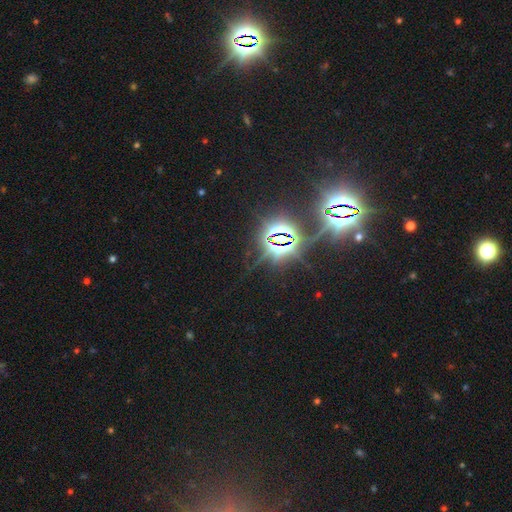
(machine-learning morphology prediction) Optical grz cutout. It shows a star or artifact, not a galaxy (83%).